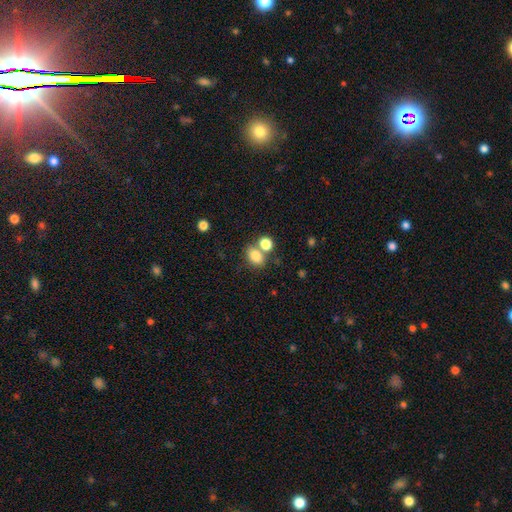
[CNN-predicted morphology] Smooth or featured?
  - smooth: 81% *
  - star or artifact: 11%
  - featured or disk: 8%
How rounded?
  - in between: 70% *
  - round: 29%
  - cigar-shaped: 1%
Merging?
  - none: 53% *
  - merger: 32%
  - minor disturbance: 11%
  - major disturbance: 5%